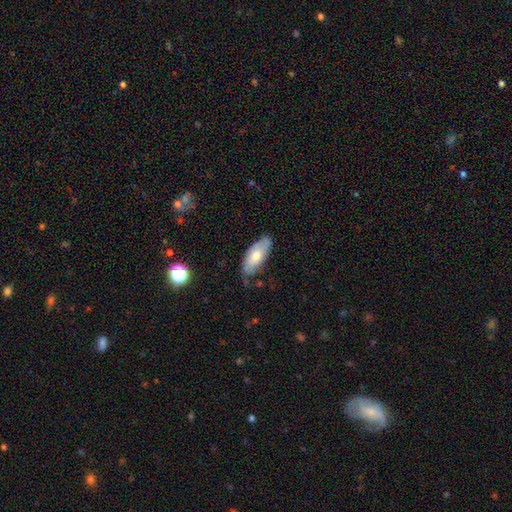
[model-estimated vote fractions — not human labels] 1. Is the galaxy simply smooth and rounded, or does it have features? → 64% smooth, 29% featured or disk, 7% star or artifact.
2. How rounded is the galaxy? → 81% in between, 17% cigar-shaped, 2% round.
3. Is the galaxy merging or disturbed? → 69% none, 25% minor disturbance, 5% major disturbance, 2% merger.